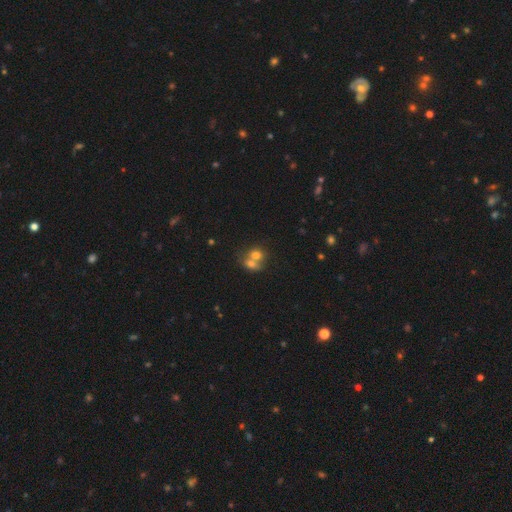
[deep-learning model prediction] A smooth galaxy with no disk features (70%) that is round (57%). Merging: merger (68%).